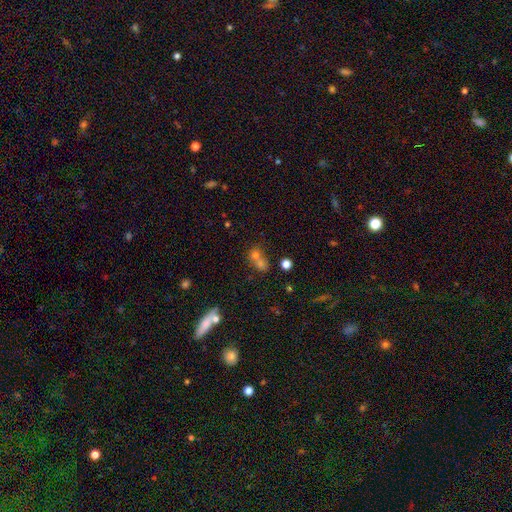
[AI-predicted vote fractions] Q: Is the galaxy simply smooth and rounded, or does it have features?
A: smooth — 65%.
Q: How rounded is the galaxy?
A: round — 55%.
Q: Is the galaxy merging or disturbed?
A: merger — 62%.